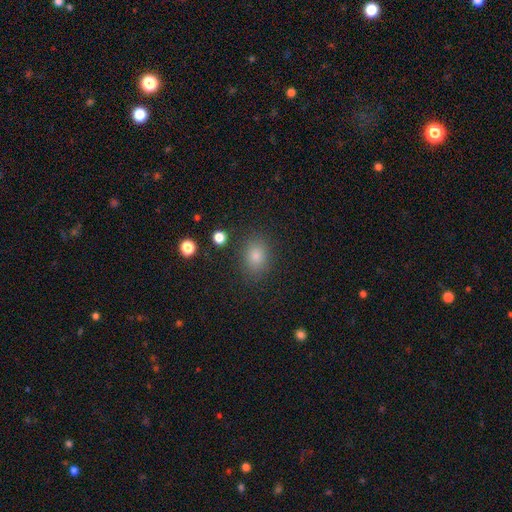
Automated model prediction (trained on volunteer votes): This appears to be a smooth galaxy with no disk features (79%) that is in between round and cigar-shaped (63%). Merging: none (86%).